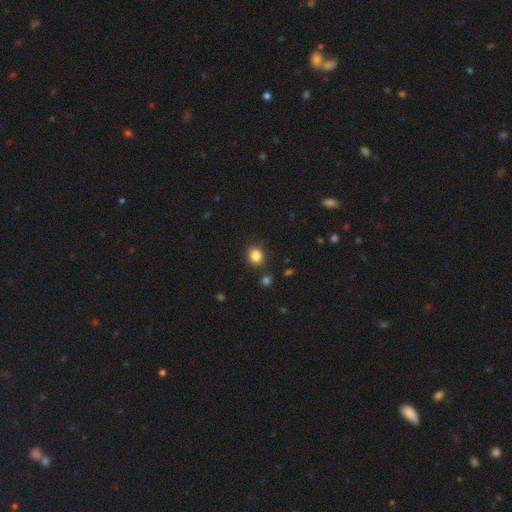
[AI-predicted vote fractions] Smooth or featured? Predicted: smooth (p=0.85). How rounded? Predicted: round (p=0.72). Merging? Predicted: none (p=0.86).